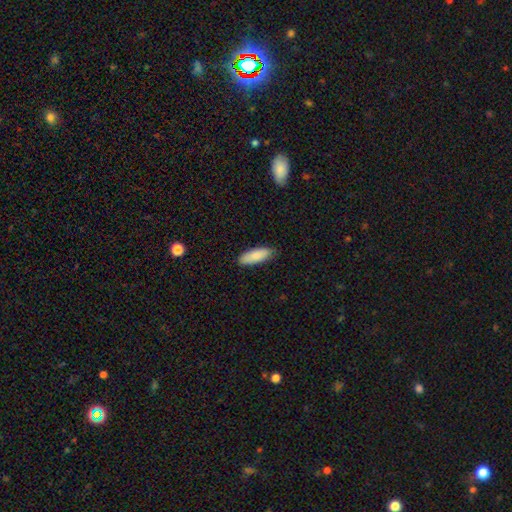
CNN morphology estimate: Smooth or featured?
  - smooth: 88% *
  - featured or disk: 6%
  - star or artifact: 6%
How rounded?
  - in between: 62% *
  - cigar-shaped: 36%
  - round: 2%
Merging?
  - none: 83% *
  - minor disturbance: 13%
  - major disturbance: 2%
  - merger: 1%